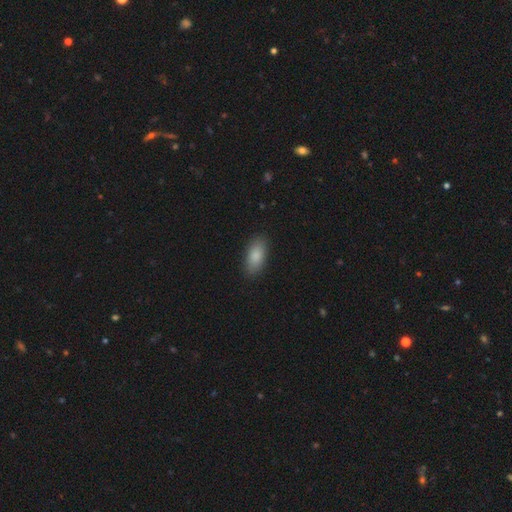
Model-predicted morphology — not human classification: smooth-or-featured: smooth: 87% | featured or disk: 7% | star or artifact: 7%
  how-rounded: in between: 90% | cigar-shaped: 7% | round: 3%
  merging: none: 87% | minor disturbance: 9% | major disturbance: 2% | merger: 1%